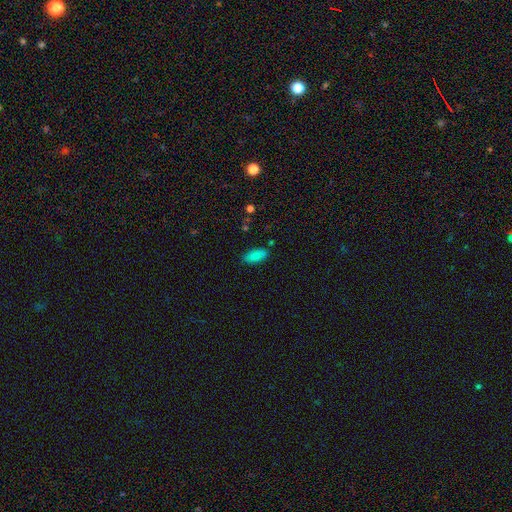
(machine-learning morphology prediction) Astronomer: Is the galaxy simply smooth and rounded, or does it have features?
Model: smooth — 86%.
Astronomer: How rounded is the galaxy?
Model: in between — 84%.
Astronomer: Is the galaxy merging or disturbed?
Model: none — 84%.